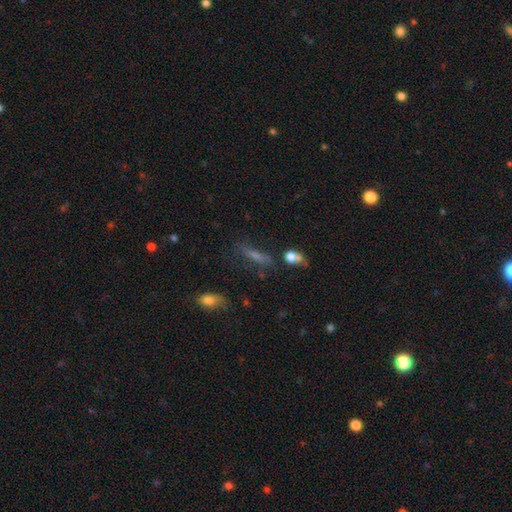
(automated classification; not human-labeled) Morphology: type=smooth (44%); merging=none (59%).